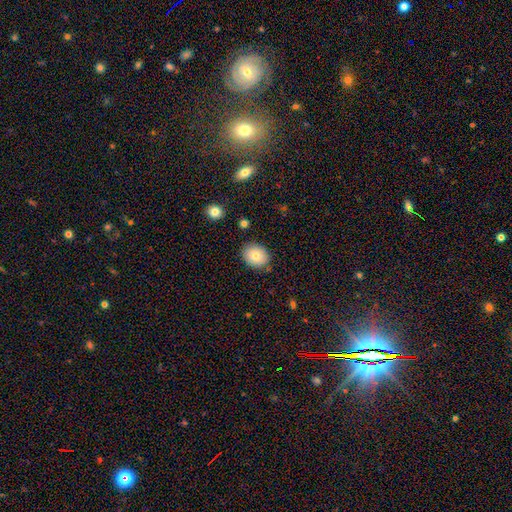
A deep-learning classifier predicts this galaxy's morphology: A smooth galaxy with no disk features (81%) that is round (56%).

Vote fractions:
- Smooth or featured? smooth: 81% / featured or disk: 10% / star or artifact: 9%
- How rounded? round: 56% / in between: 43% / cigar-shaped: 1%
- Merging? none: 85% / minor disturbance: 10% / major disturbance: 2% / merger: 2%